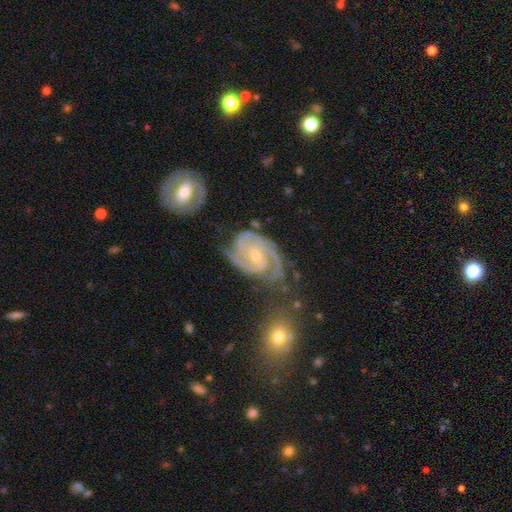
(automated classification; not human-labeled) featured or disk 92%, star or artifact 5%, smooth 4%. Down the decision tree: edge-on disk — no (98%); bar — no (66%); spiral arms — yes (98%); spiral arm count — 3 (40%); spiral winding — tight (66%); bulge size — small (68%); merging — none (60%).